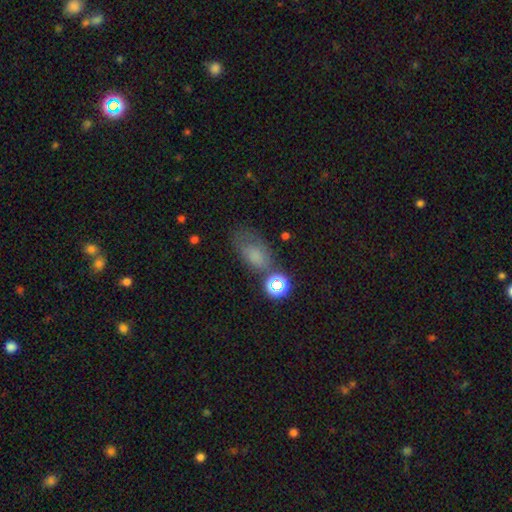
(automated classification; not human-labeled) Overall: smooth (66%). How rounded: in between (81%). Merging: none (42%; minor disturbance 27%).